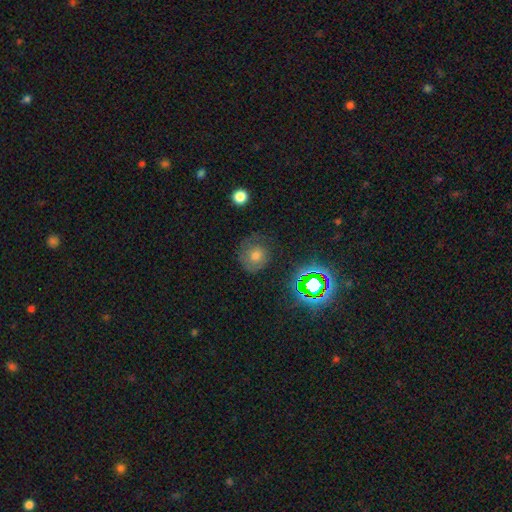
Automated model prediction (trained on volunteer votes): This appears to be a smooth galaxy with no disk features (48%). Merging: none (66%).